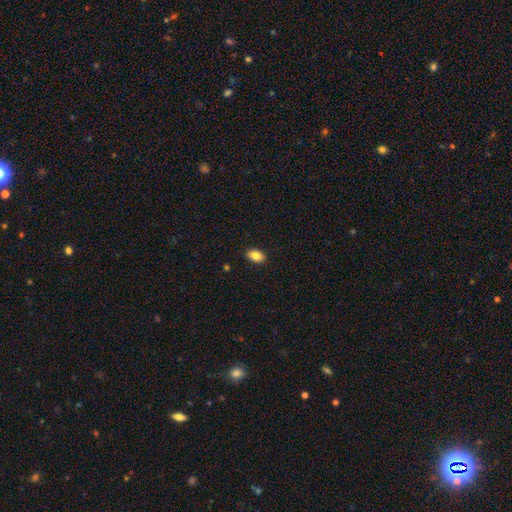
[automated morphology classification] smooth_or_featured: smooth (p=0.85) [alt: star or artifact p=0.08]
how_rounded: in between (p=0.87) [alt: round p=0.12]
merging: none (p=0.90) [alt: minor disturbance p=0.07]